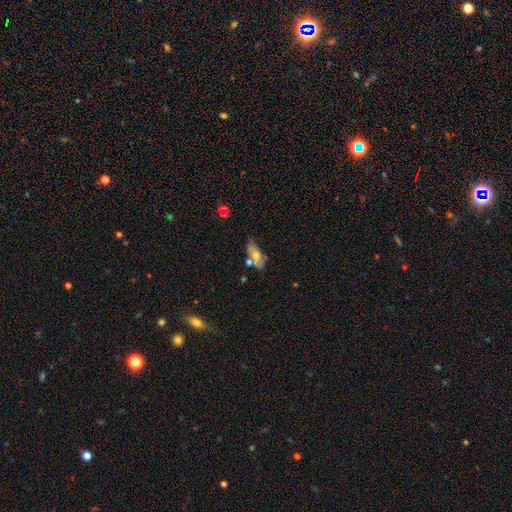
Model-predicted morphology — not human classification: This is possibly a smooth galaxy (50%). Merging: marginally none (44%).